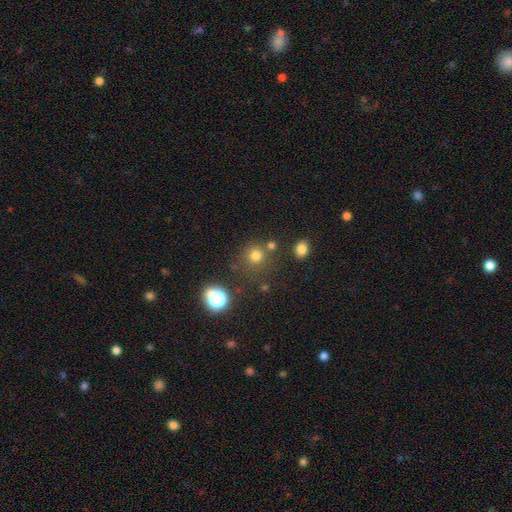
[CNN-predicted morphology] Smooth or featured? smooth (73%)
How rounded? round (90%)
Merging? none (75%)